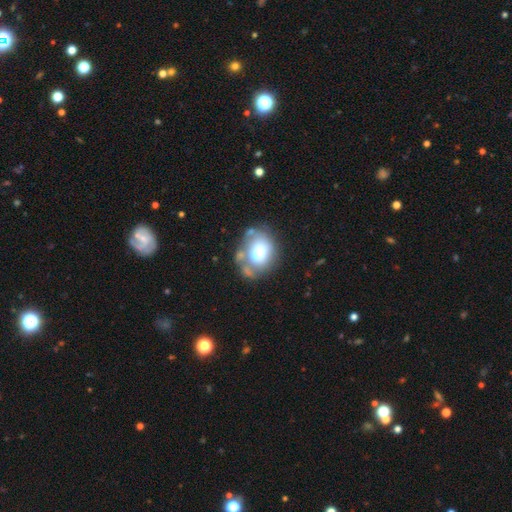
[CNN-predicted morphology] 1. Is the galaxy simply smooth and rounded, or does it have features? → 57% smooth, 34% featured or disk, 9% star or artifact.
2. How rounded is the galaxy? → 60% in between, 39% round, 1% cigar-shaped.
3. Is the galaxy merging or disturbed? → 41% none, 24% minor disturbance, 21% merger, 15% major disturbance.